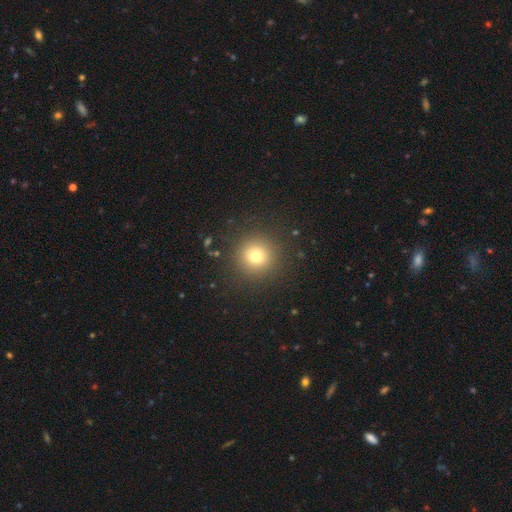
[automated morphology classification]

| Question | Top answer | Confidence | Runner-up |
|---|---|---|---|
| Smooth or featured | smooth | 74% | star or artifact (16%) |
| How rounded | round | 95% | in between (4%) |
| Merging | none | 90% | minor disturbance (6%) |